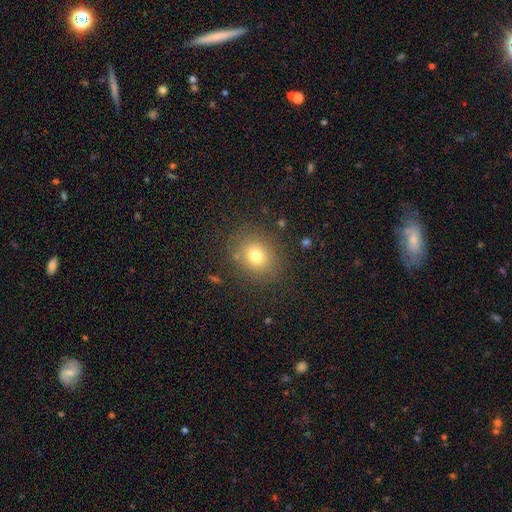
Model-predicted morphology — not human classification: Overall: smooth (74%). How rounded: round (66%; in between 33%). Merging: none (83%).